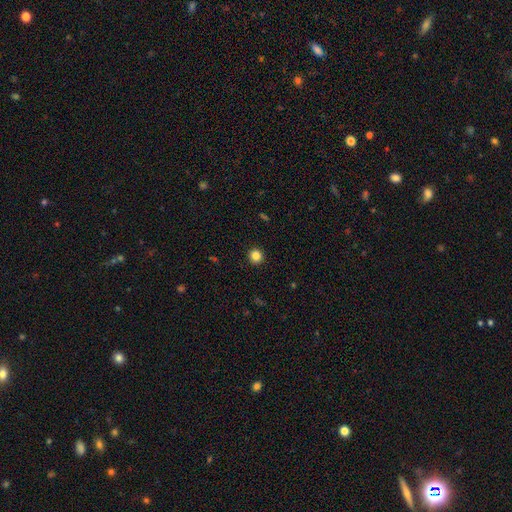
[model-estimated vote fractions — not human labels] Q: Smooth or featured?
A: smooth (84%); runner-up: star or artifact (12%)
Q: How rounded?
A: round (92%); runner-up: in between (7%)
Q: Merging?
A: none (93%); runner-up: minor disturbance (5%)